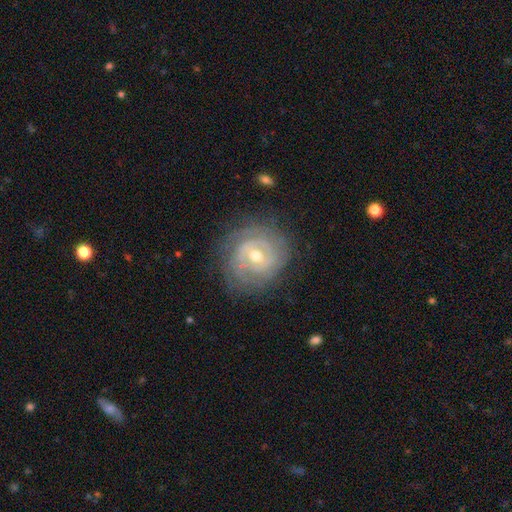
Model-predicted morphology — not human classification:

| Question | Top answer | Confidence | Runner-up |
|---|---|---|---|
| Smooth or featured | featured or disk | 83% | smooth (11%) |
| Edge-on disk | no | 97% | yes (3%) |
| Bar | weak | 44% | no (40%) |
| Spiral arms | yes | 91% | no (9%) |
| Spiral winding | tight | 78% | medium (17%) |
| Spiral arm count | can't tell | 39% | 2 (25%) |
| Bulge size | moderate | 62% | small (35%) |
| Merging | none | 78% | minor disturbance (15%) |